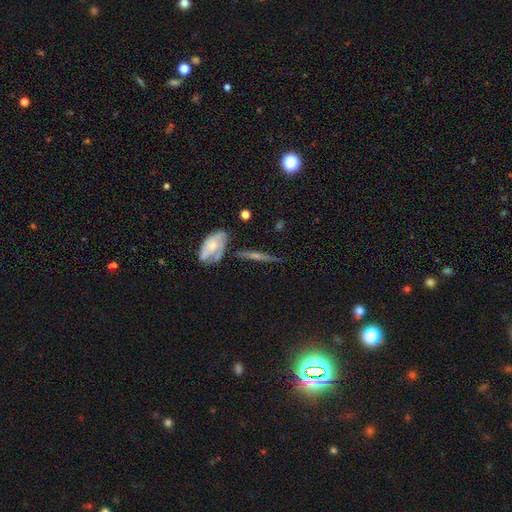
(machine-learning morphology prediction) Smooth or featured?
  - featured or disk: 64% *
  - smooth: 25%
  - star or artifact: 11%
Edge-on disk?
  - yes: 88% *
  - no: 12%
Edge-on bulge?
  - rounded: 73% *
  - none: 18%
  - boxy: 9%
Merging?
  - none: 73% *
  - minor disturbance: 15%
  - merger: 7%
  - major disturbance: 5%